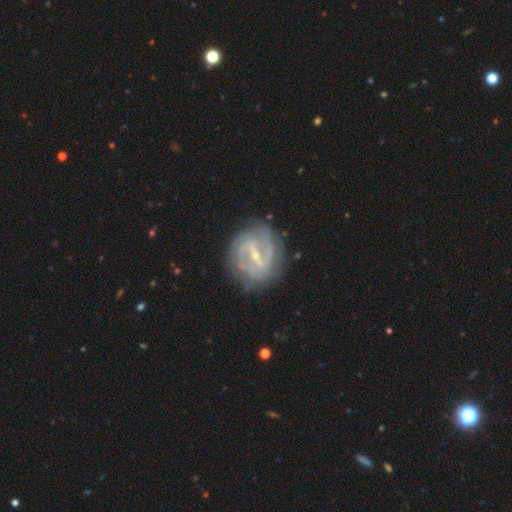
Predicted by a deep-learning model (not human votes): This appears to be a featured or disk galaxy (87%) with a strong bar (57%), 2 (61%) tight (50%) spiral arms (91%) and a small central bulge (70%). Merging: none (79%).